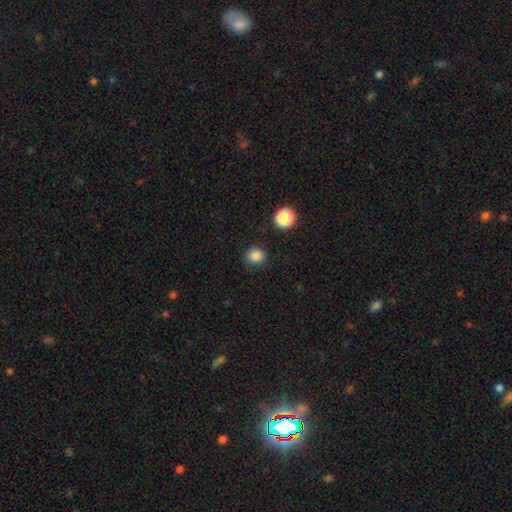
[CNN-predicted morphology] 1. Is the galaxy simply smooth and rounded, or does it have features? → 84% smooth, 12% star or artifact, 3% featured or disk.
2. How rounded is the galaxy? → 80% round, 19% in between, 1% cigar-shaped.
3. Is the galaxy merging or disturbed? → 85% none, 10% minor disturbance, 3% major disturbance, 2% merger.